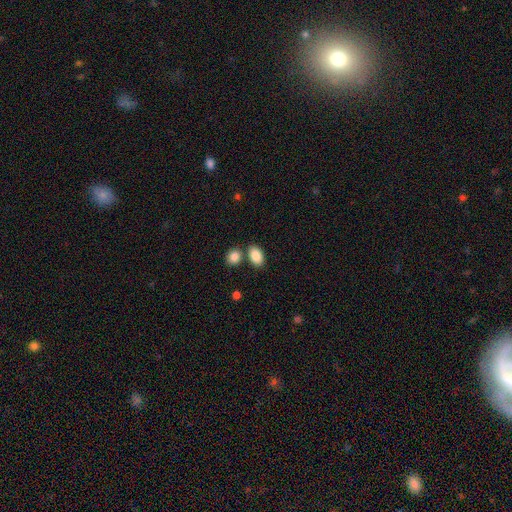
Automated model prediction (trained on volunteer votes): A smooth galaxy with no disk features (87%) that is in between round and cigar-shaped (87%).

Vote fractions:
- Smooth or featured? smooth: 87% / star or artifact: 8% / featured or disk: 5%
- How rounded? in between: 87% / round: 12% / cigar-shaped: 1%
- Merging? none: 68% / merger: 18% / minor disturbance: 11% / major disturbance: 3%